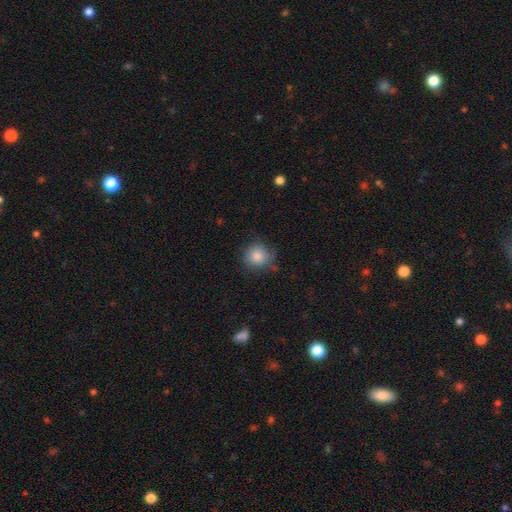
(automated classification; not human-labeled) Morphology: type=smooth (84%); roundness=round (89%); merging=none (71%).